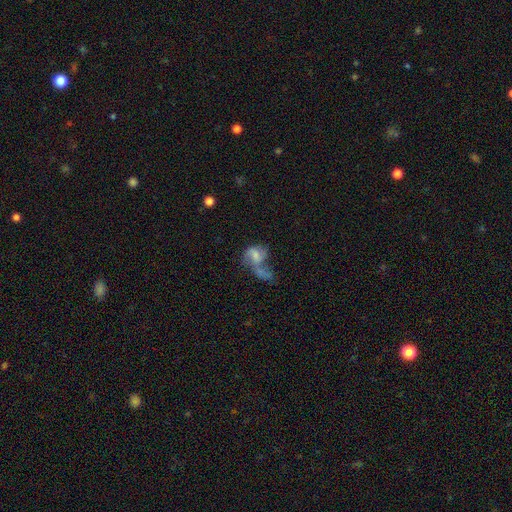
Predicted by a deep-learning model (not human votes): A featured or disk galaxy (48%).

Vote fractions:
- Smooth or featured? featured or disk: 48% / smooth: 42% / star or artifact: 11%
- Merging? merger: 50% / major disturbance: 25% / none: 16% / minor disturbance: 10%